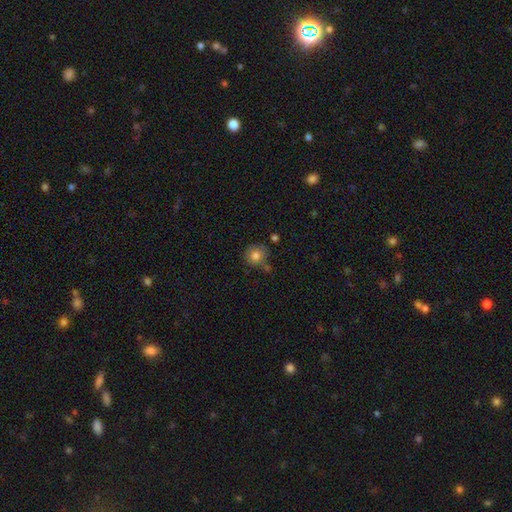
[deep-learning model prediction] Overall: smooth (79%). How rounded: round (86%). Merging: none (70%).